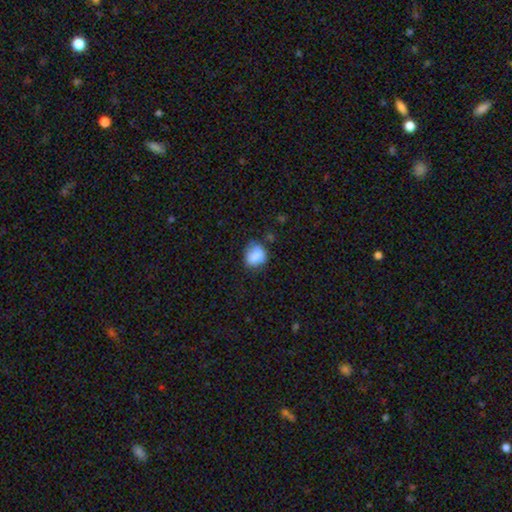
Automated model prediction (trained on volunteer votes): This is clearly a smooth galaxy (82%). How rounded: likely round (62%). Merging: likely none (64%).